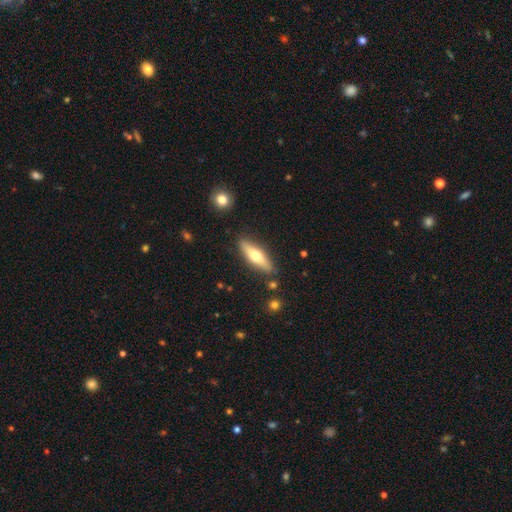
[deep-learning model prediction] This appears to be a smooth galaxy with no disk features (49%). Merging: none (85%).